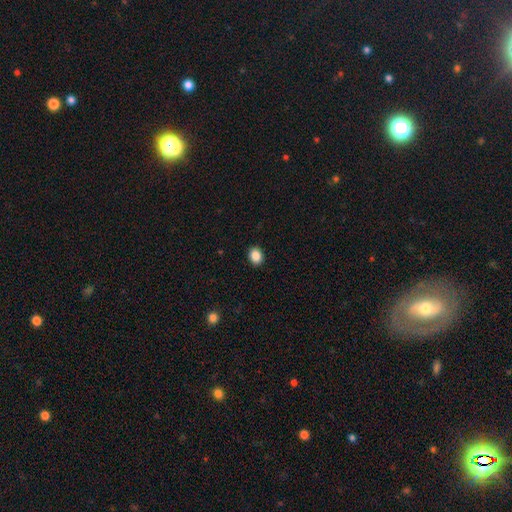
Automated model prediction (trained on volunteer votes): smooth_or_featured: smooth (p=0.88) [alt: star or artifact p=0.09]
how_rounded: in between (p=0.52) [alt: round p=0.47]
merging: none (p=0.91) [alt: minor disturbance p=0.06]